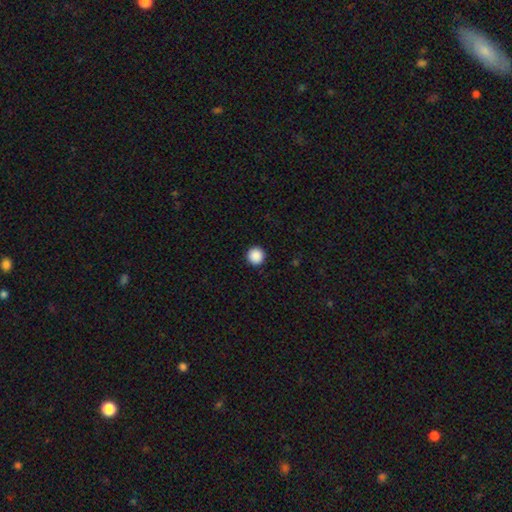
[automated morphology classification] A smooth galaxy with no disk features (89%) that is round (97%).

Vote fractions:
- Smooth or featured? smooth: 89% / star or artifact: 9% / featured or disk: 2%
- How rounded? round: 97% / in between: 3% / cigar-shaped: 1%
- Merging? none: 93% / minor disturbance: 4% / major disturbance: 2% / merger: 1%